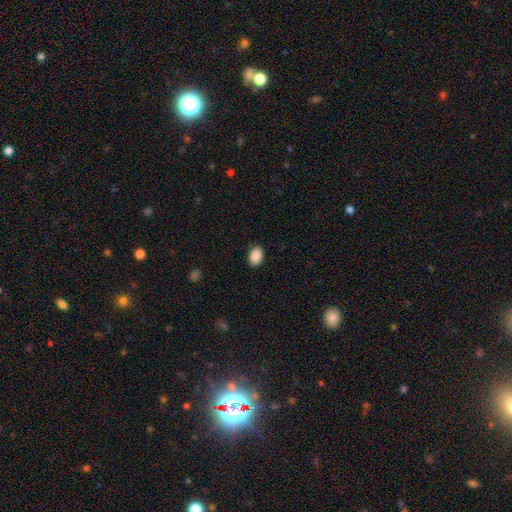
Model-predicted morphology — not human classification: This is clearly a smooth galaxy (90%). How rounded: clearly in between (83%). Merging: clearly none (88%).